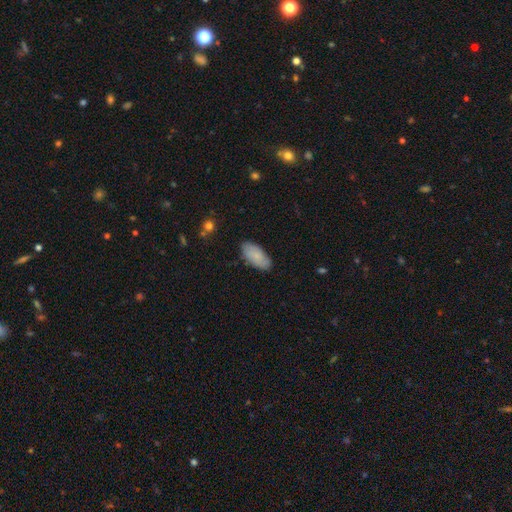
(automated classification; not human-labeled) The model was most divided on "merging": none: 83%, minor disturbance: 14%, major disturbance: 2%, merger: 1%. More confident: how rounded — in between (91%); smooth or featured — smooth (82%).